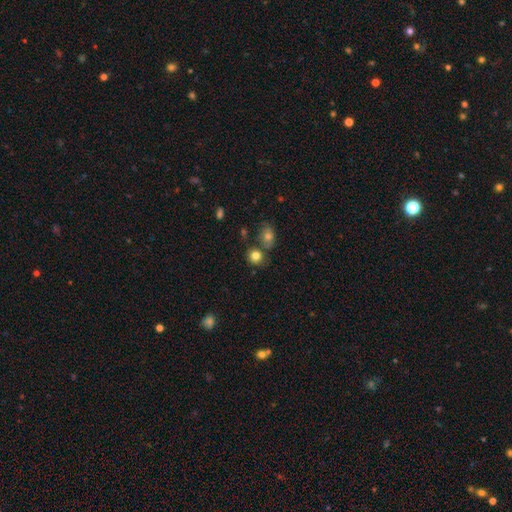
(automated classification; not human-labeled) Morphology: type=smooth (81%); roundness=round (79%); merging=none (63%).